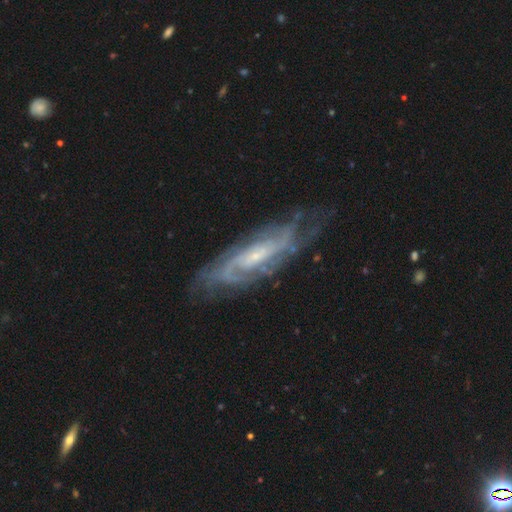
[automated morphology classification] Q: Smooth or featured?
A: featured or disk (86%); runner-up: smooth (8%)
Q: Edge-on disk?
A: no (85%); runner-up: yes (15%)
Q: Bar?
A: no (47%); runner-up: weak (39%)
Q: Spiral arms?
A: yes (95%); runner-up: no (5%)
Q: Spiral winding?
A: tight (55%); runner-up: medium (35%)
Q: Spiral arm count?
A: can't tell (37%); runner-up: 2 (27%)
Q: Bulge size?
A: small (66%); runner-up: moderate (26%)
Q: Merging?
A: none (72%); runner-up: minor disturbance (19%)